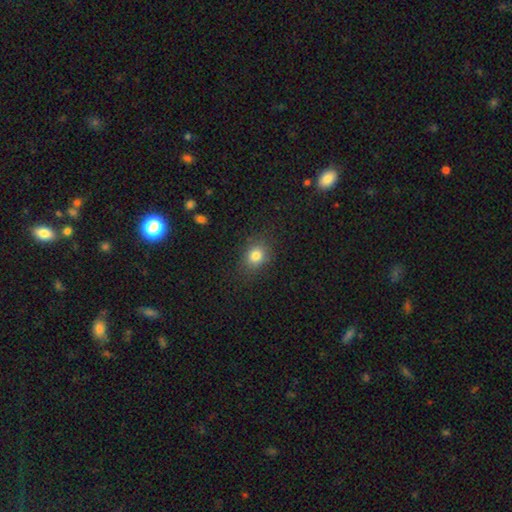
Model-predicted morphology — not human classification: smooth_or_featured: smooth (p=0.81) [alt: star or artifact p=0.12]
how_rounded: round (p=0.58) [alt: in between p=0.41]
merging: none (p=0.82) [alt: minor disturbance p=0.12]